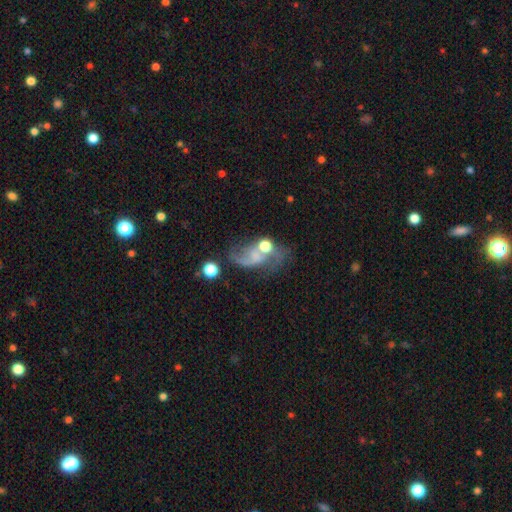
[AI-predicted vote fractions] Smooth or featured?
  - featured or disk: 63% *
  - smooth: 21%
  - star or artifact: 15%
Edge-on disk?
  - no: 96% *
  - yes: 4%
Bar?
  - no: 60% *
  - weak: 32%
  - strong: 8%
Spiral arms?
  - yes: 81% *
  - no: 19%
Bulge size?
  - small: 36% *
  - moderate: 31%
  - none: 22%
  - large: 7%
  - dominant: 3%
Merging?
  - none: 34% *
  - major disturbance: 29%
  - merger: 20%
  - minor disturbance: 16%